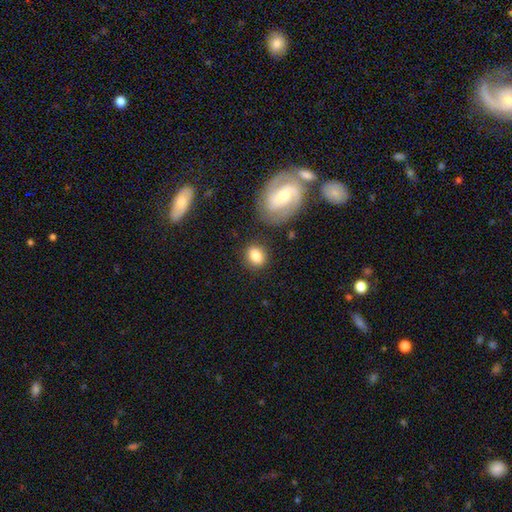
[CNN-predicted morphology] This appears to be a smooth galaxy with no disk features (83%) that is round (55%). Merging: none (80%).